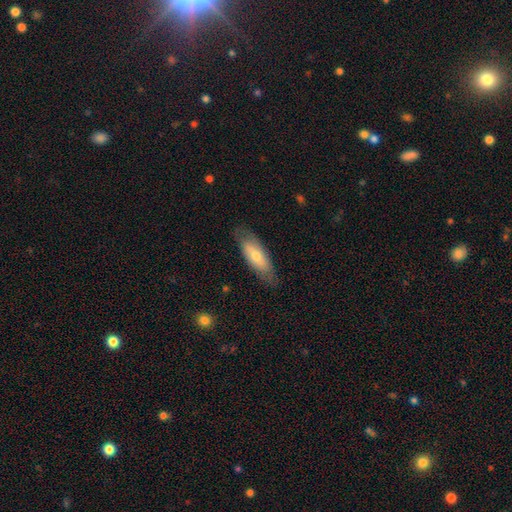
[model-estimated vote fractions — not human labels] This is possibly a smooth galaxy (50%). Merging: clearly none (81%).